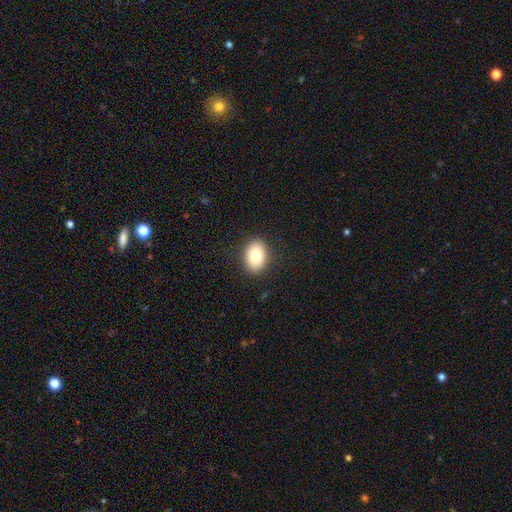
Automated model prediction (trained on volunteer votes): The model was most divided on "how rounded": in between: 72%, round: 27%, cigar-shaped: 1%. More confident: merging — none (89%); smooth or featured — smooth (79%).